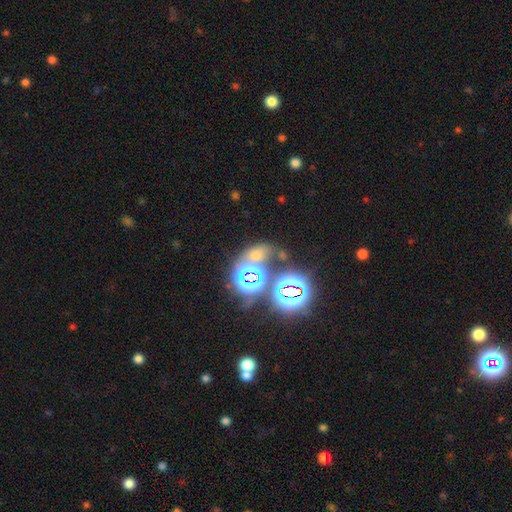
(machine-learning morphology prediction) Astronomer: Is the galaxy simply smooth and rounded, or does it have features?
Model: star or artifact — 53% (runner-up: smooth, 35%).